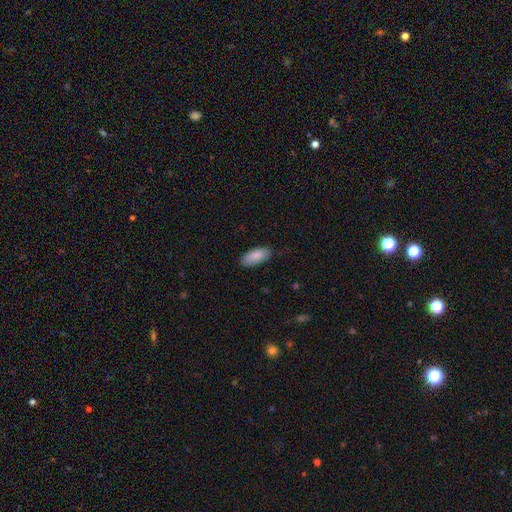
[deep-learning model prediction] Q: Smooth or featured?
A: smooth (88%); runner-up: featured or disk (6%)
Q: How rounded?
A: in between (87%); runner-up: cigar-shaped (11%)
Q: Merging?
A: none (83%); runner-up: minor disturbance (14%)